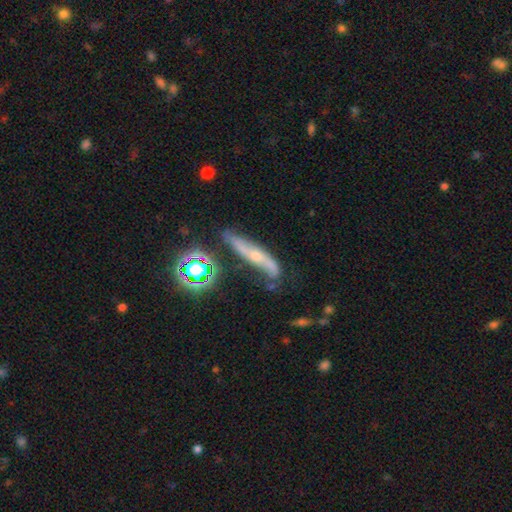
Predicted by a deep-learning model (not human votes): featured or disk 65%, smooth 21%, star or artifact 14%. Down the decision tree: edge-on disk — no (50%, tied with yes); merging — none (57%).